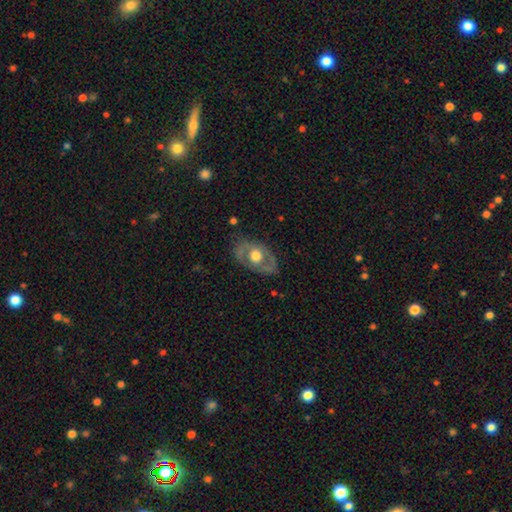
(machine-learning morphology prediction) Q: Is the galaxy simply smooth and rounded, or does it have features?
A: featured or disk — 61%.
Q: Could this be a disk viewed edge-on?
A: no — 89%.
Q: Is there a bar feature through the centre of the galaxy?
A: no — 83%.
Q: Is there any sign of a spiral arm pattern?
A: no — 71%.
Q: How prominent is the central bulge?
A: moderate — 52%.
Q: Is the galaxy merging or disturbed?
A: none — 74%.